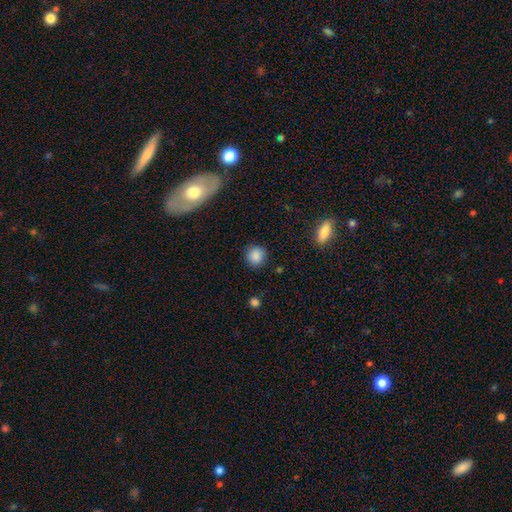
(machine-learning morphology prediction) The model was most divided on "smooth or featured": smooth: 87%, star or artifact: 9%, featured or disk: 4%. More confident: how rounded — round (88%); merging — none (88%).